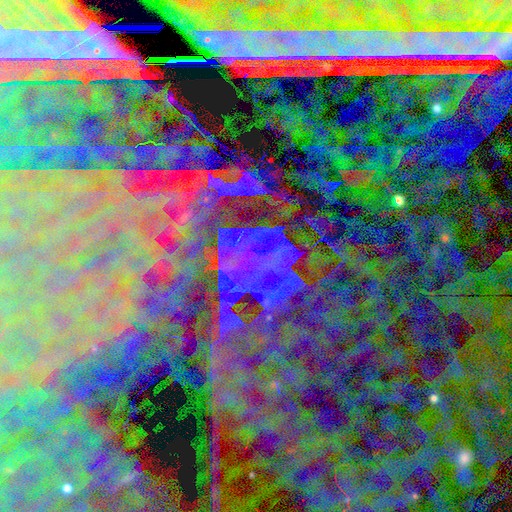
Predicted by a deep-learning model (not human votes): This appears to be a star or artifact, not a galaxy (88%).